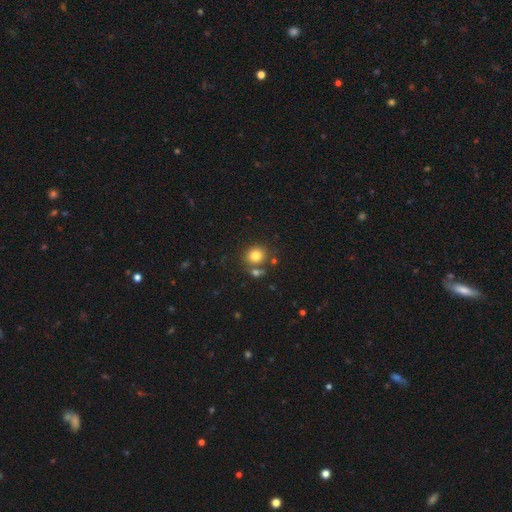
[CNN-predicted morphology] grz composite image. It shows a smooth galaxy with no disk features (80%) that is round (76%). Merging: none (68%).